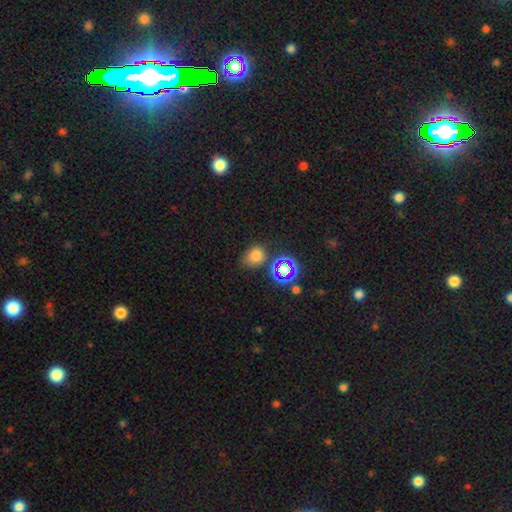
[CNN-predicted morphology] Smooth or featured?
  - smooth: 70% *
  - star or artifact: 22%
  - featured or disk: 7%
How rounded?
  - in between: 54% *
  - round: 44%
  - cigar-shaped: 1%
Merging?
  - none: 65% *
  - minor disturbance: 19%
  - merger: 9%
  - major disturbance: 6%